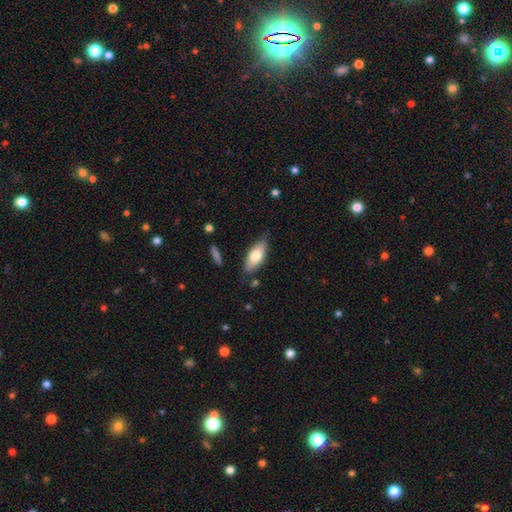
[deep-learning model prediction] Smooth or featured: smooth — 71% (featured or disk — 23%)
How rounded: in between — 78% (cigar-shaped — 20%)
Merging: none — 77% (minor disturbance — 17%)